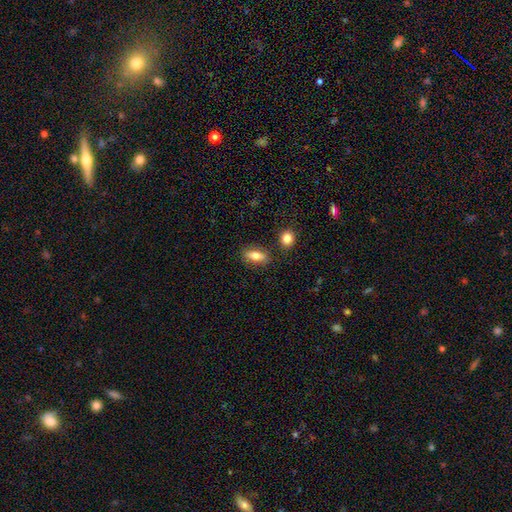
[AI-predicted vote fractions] The model was most divided on "smooth or featured": smooth: 72%, featured or disk: 20%, star or artifact: 8%. More confident: merging — none (81%); how rounded — in between (78%).